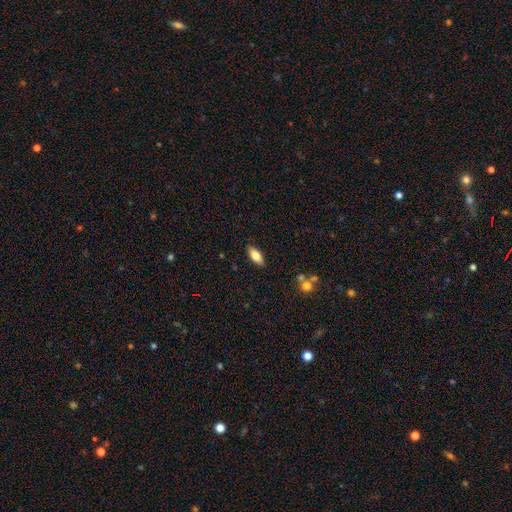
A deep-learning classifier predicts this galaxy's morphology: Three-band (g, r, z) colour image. It shows a smooth galaxy with no disk features (78%) that is in between round and cigar-shaped (84%). Merging: none (87%).